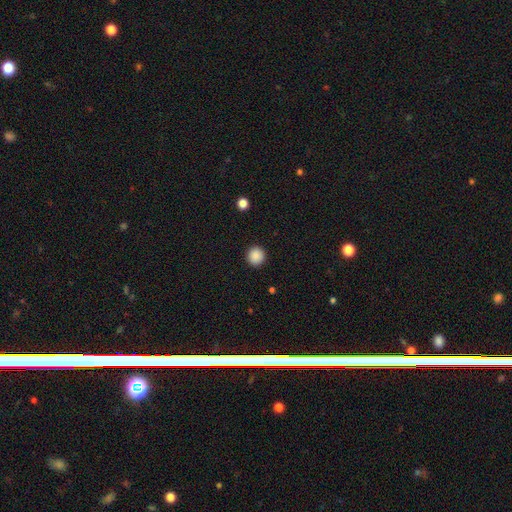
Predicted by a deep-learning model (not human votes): Overall: smooth (88%). How rounded: round (94%). Merging: none (92%).